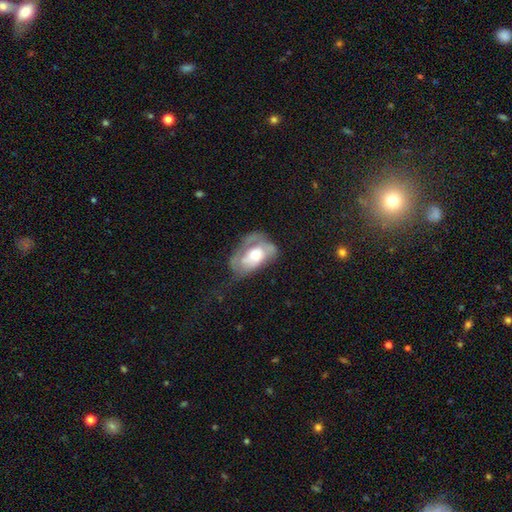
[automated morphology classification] Overall: featured or disk (56%; smooth 37%). Edge-on disk: no (94%). Bar: no (78%). Spiral arms: yes (56%; no 44%). Bulge size: moderate (47%; large 37%). Merging: major disturbance (34%; none 33%).